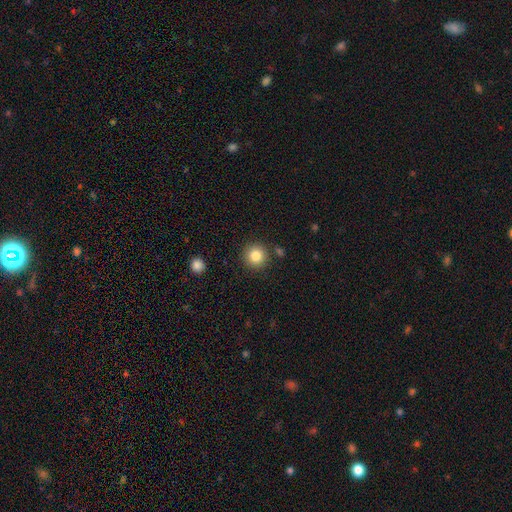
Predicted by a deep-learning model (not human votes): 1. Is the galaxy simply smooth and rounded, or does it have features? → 84% smooth, 10% star or artifact, 6% featured or disk.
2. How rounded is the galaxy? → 94% round, 5% in between, 1% cigar-shaped.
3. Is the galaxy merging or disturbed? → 87% none, 7% minor disturbance, 4% merger, 2% major disturbance.